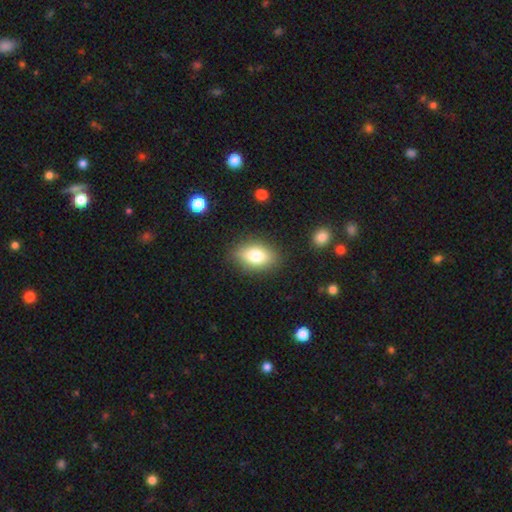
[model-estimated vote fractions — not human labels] A smooth galaxy with no disk features (80%) that is in between round and cigar-shaped (84%). Merging: none (85%).